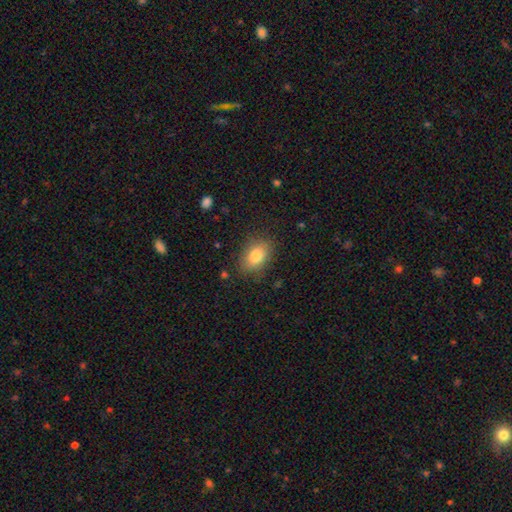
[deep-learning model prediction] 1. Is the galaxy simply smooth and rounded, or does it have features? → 82% smooth, 10% featured or disk, 8% star or artifact.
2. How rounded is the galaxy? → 85% in between, 13% round, 2% cigar-shaped.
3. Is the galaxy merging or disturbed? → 82% none, 13% minor disturbance, 4% major disturbance, 1% merger.